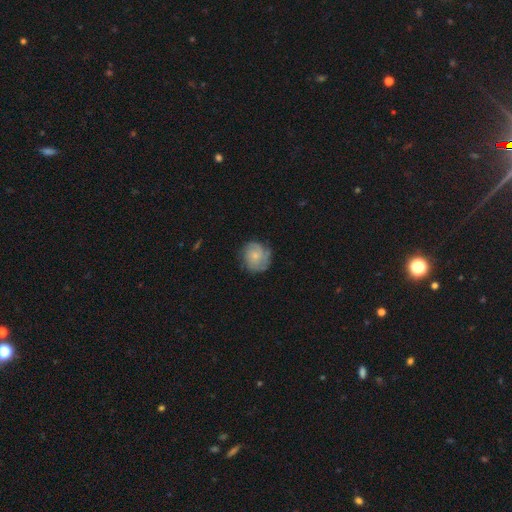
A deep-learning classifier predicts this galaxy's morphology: Smooth or featured: featured or disk — 60% (smooth — 34%)
Edge-on disk: no — 98% (yes — 2%)
Bar: no — 79% (weak — 19%)
Spiral arms: yes — 89% (no — 11%)
Spiral winding: tight — 58% (medium — 31%)
Spiral arm count: can't tell — 35% (2 — 26%)
Bulge size: small — 66% (moderate — 26%)
Merging: none — 70% (minor disturbance — 21%)